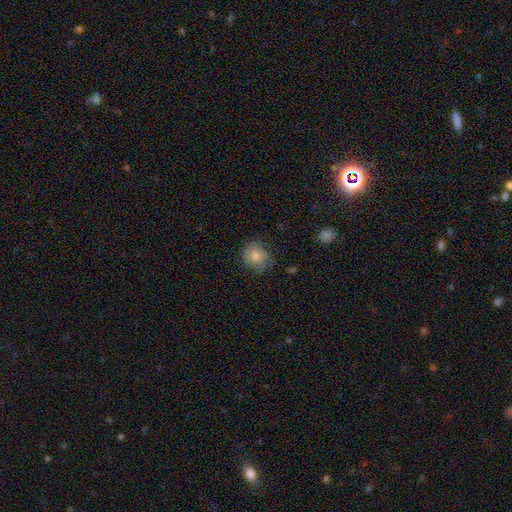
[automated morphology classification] A smooth galaxy with no disk features (73%) that is round (78%). Merging: none (68%).